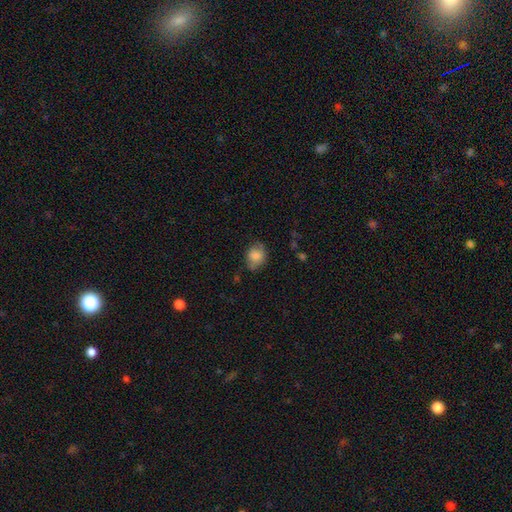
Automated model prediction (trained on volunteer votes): Q: Smooth or featured?
A: smooth (80%); runner-up: featured or disk (12%)
Q: How rounded?
A: in between (50%); runner-up: round (49%)
Q: Merging?
A: none (69%); runner-up: minor disturbance (23%)